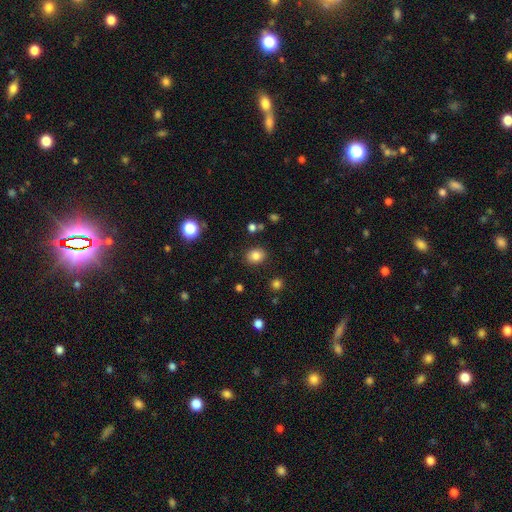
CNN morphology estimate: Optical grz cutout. It shows a smooth galaxy with no disk features (82%) that is round (54%). Merging: none (87%).